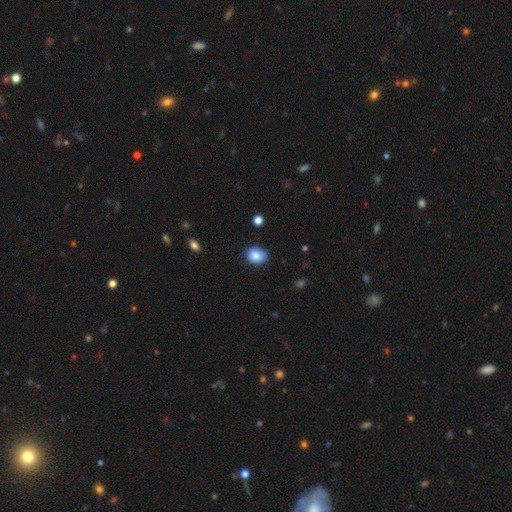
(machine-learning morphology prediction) Smooth or featured: smooth — 85% (star or artifact — 9%)
How rounded: in between — 56% (round — 43%)
Merging: none — 76% (minor disturbance — 19%)